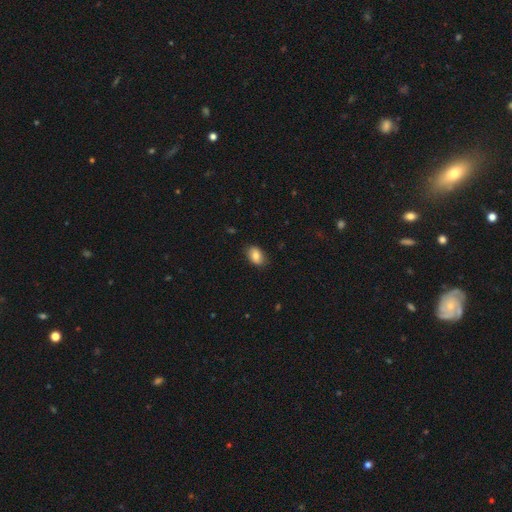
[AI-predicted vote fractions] Morphology: type=smooth (81%); roundness=in between (85%); merging=none (84%).